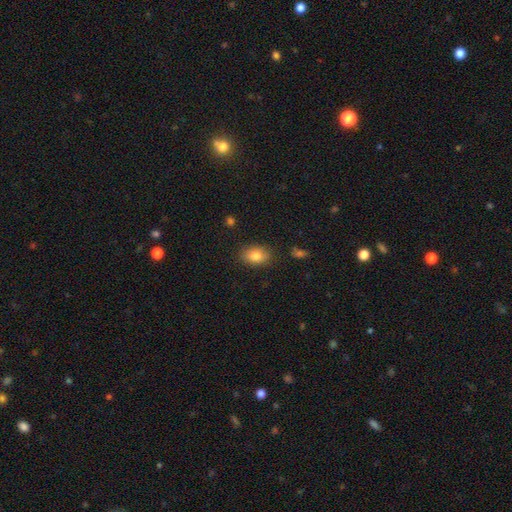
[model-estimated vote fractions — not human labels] Morphology: type=smooth (82%); roundness=in between (80%); merging=none (84%).